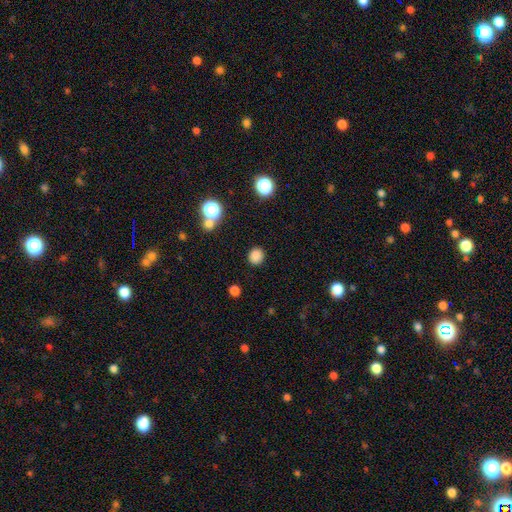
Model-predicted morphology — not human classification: Smooth or featured?
  - smooth: 83% *
  - star or artifact: 14%
  - featured or disk: 4%
How rounded?
  - round: 83% *
  - in between: 16%
  - cigar-shaped: 1%
Merging?
  - none: 86% *
  - minor disturbance: 8%
  - major disturbance: 3%
  - merger: 3%